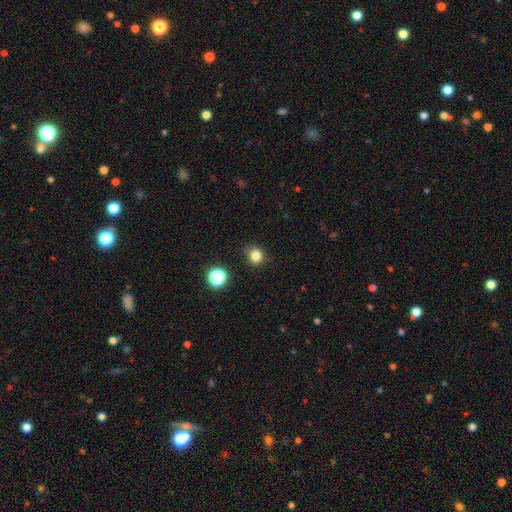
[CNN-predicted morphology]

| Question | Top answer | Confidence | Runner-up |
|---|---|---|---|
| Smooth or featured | smooth | 81% | star or artifact (14%) |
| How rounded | round | 75% | in between (24%) |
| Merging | none | 81% | minor disturbance (14%) |